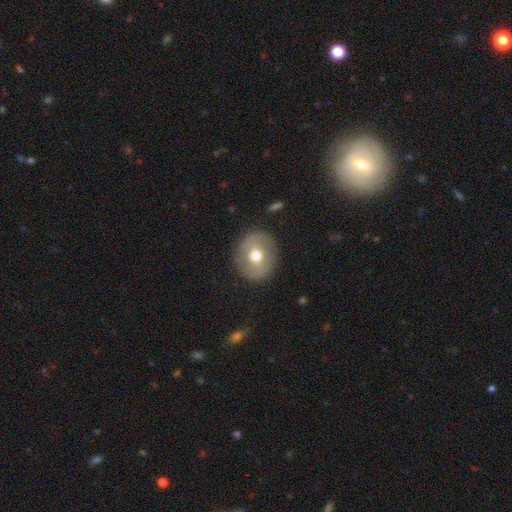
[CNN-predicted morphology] smooth-or-featured: smooth: 52% | featured or disk: 40% | star or artifact: 7%
  how-rounded: round: 73% | in between: 26% | cigar-shaped: 1%
  merging: none: 85% | minor disturbance: 10% | major disturbance: 4% | merger: 1%